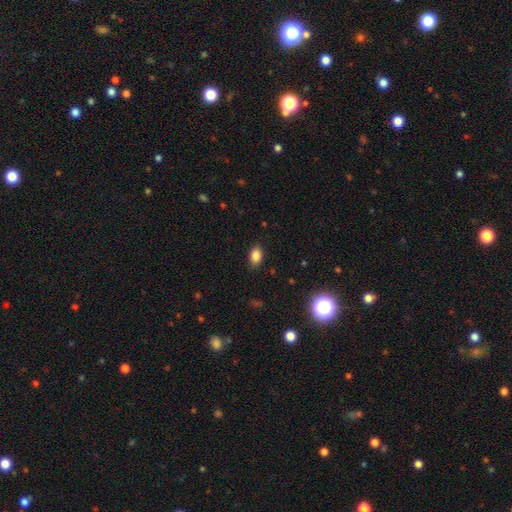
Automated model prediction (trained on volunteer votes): Q: Smooth or featured?
A: smooth (85%); runner-up: star or artifact (10%)
Q: How rounded?
A: in between (87%); runner-up: round (11%)
Q: Merging?
A: none (85%); runner-up: minor disturbance (11%)